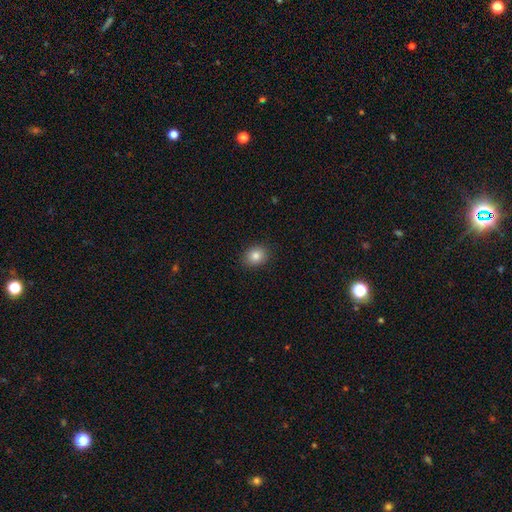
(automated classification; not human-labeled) Smooth or featured: smooth — 84% (star or artifact — 10%)
How rounded: round — 52% (in between — 47%)
Merging: none — 89% (minor disturbance — 8%)